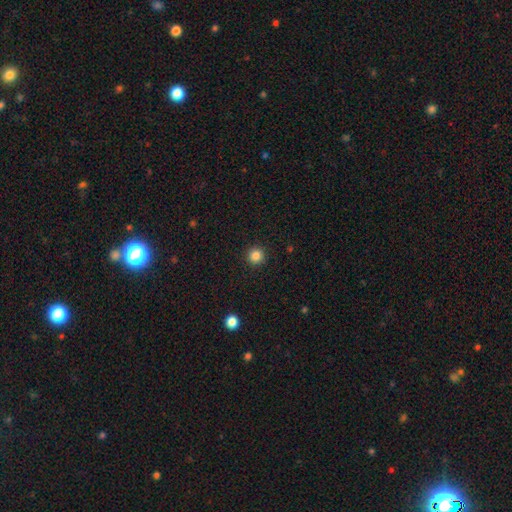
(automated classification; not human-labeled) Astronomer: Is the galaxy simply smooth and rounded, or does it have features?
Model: smooth — 85%.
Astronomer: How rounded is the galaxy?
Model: round — 96%.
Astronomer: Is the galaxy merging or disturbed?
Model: none — 93%.